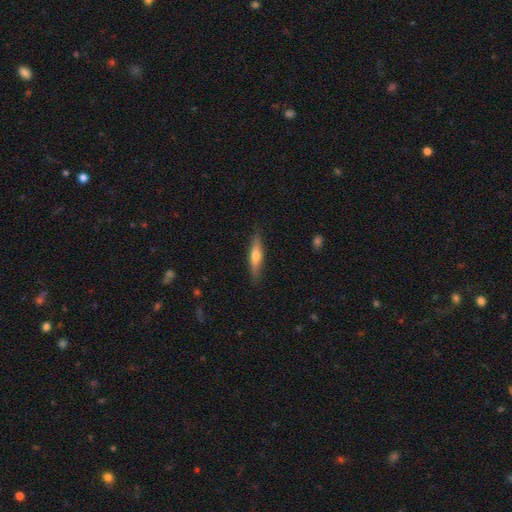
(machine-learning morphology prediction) smooth-or-featured: smooth: 54% | featured or disk: 40% | star or artifact: 6%
  how-rounded: cigar-shaped: 81% | in between: 17% | round: 2%
  merging: none: 86% | minor disturbance: 11% | major disturbance: 2% | merger: 1%